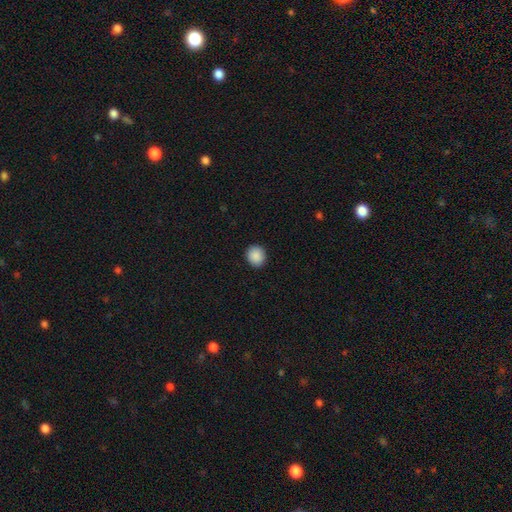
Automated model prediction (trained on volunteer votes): smooth_or_featured: smooth (p=0.90) [alt: star or artifact p=0.08]
how_rounded: round (p=0.81) [alt: in between p=0.18]
merging: none (p=0.91) [alt: minor disturbance p=0.06]